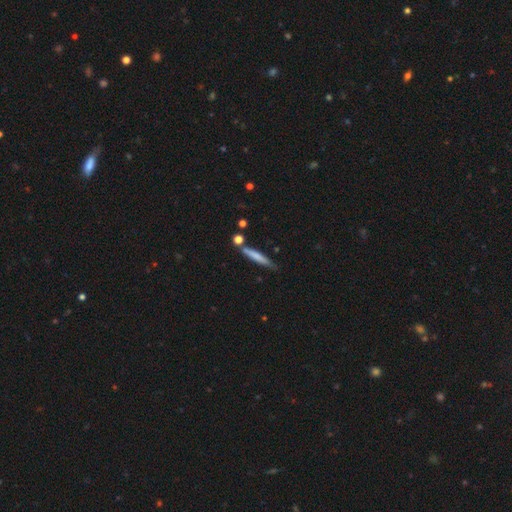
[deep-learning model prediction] A smooth galaxy with no disk features (65%) that is cigar-shaped (92%). Merging: none (70%).